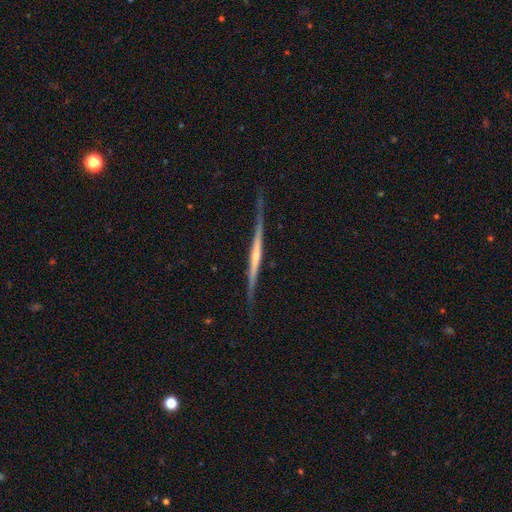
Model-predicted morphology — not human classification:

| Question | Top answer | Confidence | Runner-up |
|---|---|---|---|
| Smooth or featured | featured or disk | 74% | smooth (20%) |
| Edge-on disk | yes | 98% | no (2%) |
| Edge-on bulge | none | 56% | rounded (32%) |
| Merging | none | 79% | minor disturbance (16%) |